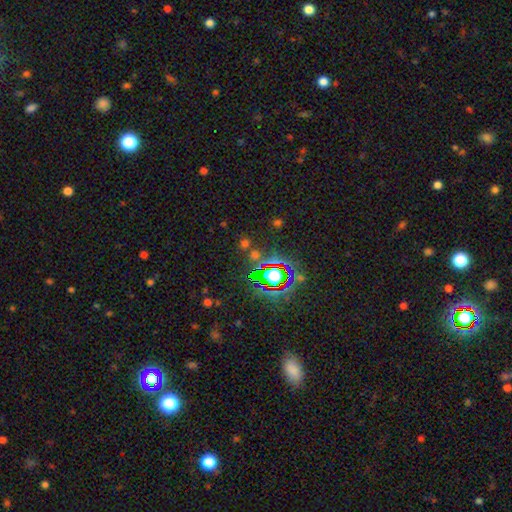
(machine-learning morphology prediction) Smooth or featured: star or artifact — 73% (smooth — 18%)